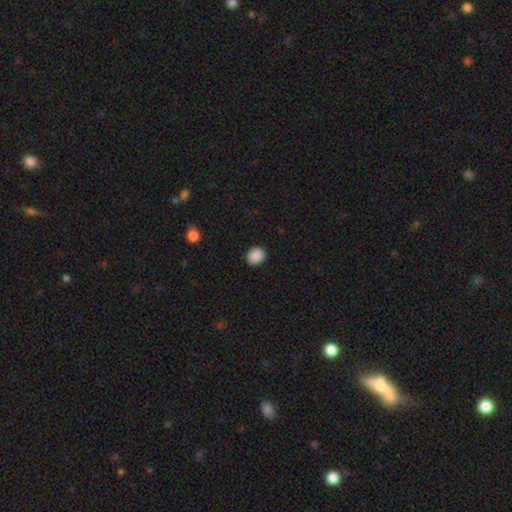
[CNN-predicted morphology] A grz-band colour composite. It shows a smooth galaxy with no disk features (89%) that is round (59%). Merging: none (90%).